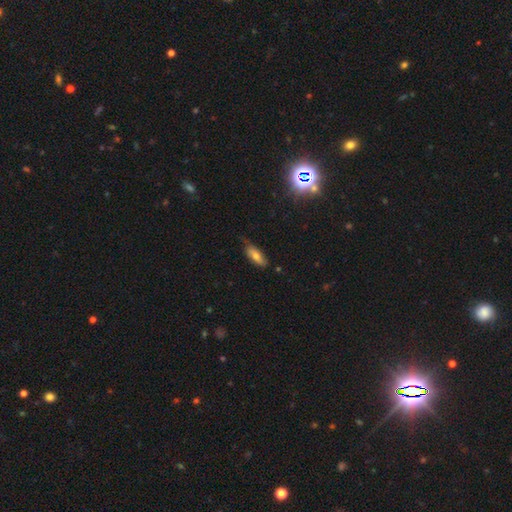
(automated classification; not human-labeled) smooth 66%, featured or disk 26%, star or artifact 8%. Down the decision tree: how rounded — in between (68%); merging — none (60%).